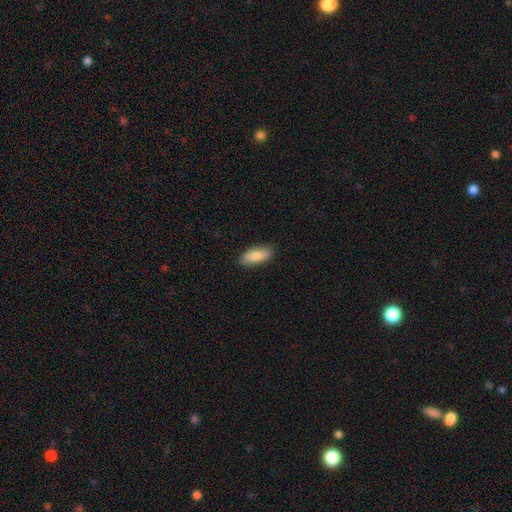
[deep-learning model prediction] smooth-or-featured: smooth: 84% | featured or disk: 10% | star or artifact: 6%
  how-rounded: in between: 78% | cigar-shaped: 20% | round: 2%
  merging: none: 87% | minor disturbance: 10% | major disturbance: 2% | merger: 1%